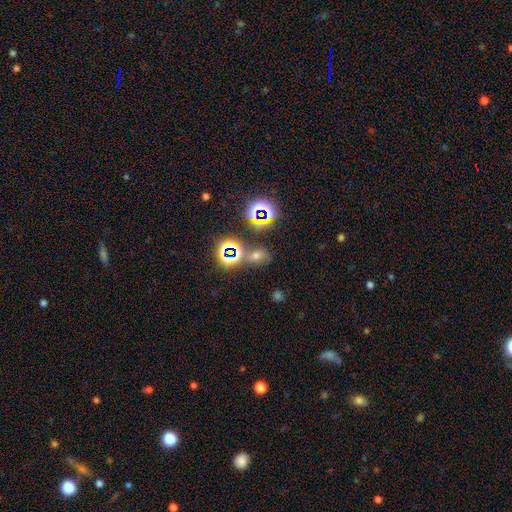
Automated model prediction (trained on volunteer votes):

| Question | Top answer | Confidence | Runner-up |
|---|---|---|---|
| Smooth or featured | star or artifact | 49% | smooth (38%) |